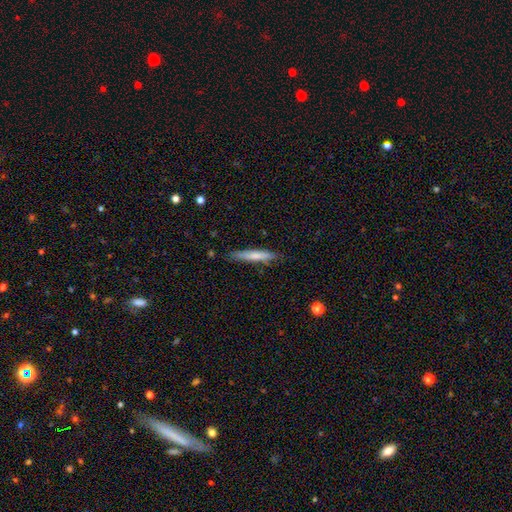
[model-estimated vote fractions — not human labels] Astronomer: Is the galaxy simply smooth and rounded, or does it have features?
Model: smooth — 71%.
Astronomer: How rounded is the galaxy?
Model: cigar-shaped — 92%.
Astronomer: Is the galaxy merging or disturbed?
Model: none — 83%.